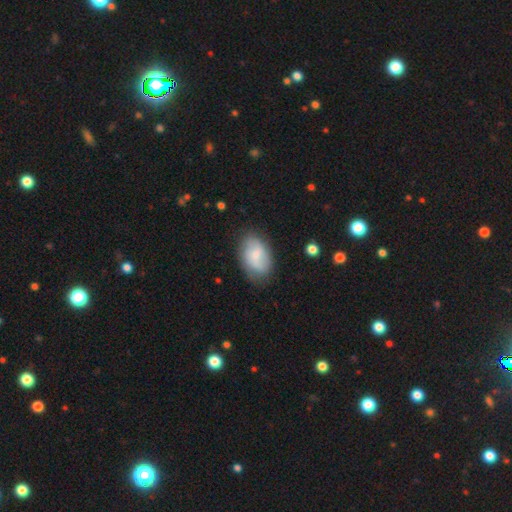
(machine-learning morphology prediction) type=smooth (59%); roundness=in between (89%); merging=none (72%).